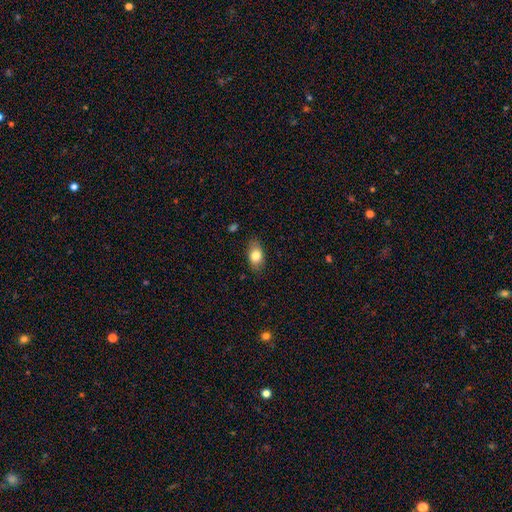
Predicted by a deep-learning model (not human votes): smooth_or_featured: smooth (p=0.79) [alt: featured or disk p=0.14]
how_rounded: in between (p=0.87) [alt: round p=0.09]
merging: none (p=0.83) [alt: minor disturbance p=0.13]